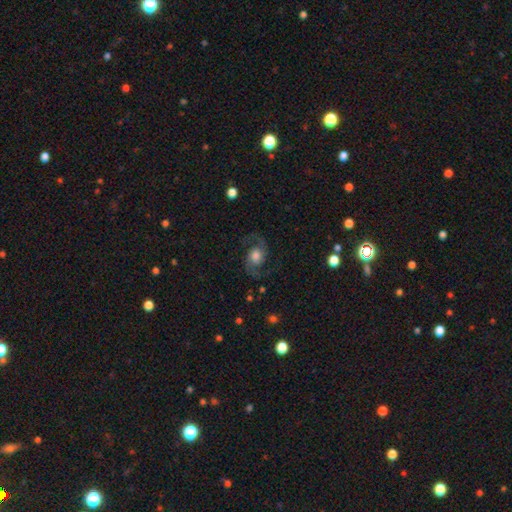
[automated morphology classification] Smooth or featured?
  - featured or disk: 83% *
  - smooth: 10%
  - star or artifact: 7%
Edge-on disk?
  - no: 98% *
  - yes: 2%
Bar?
  - no: 69% *
  - weak: 26%
  - strong: 5%
Spiral arms?
  - yes: 96% *
  - no: 4%
Spiral winding?
  - loose: 45% * (tied)
  - medium: 45% * (tied)
  - tight: 9%
Spiral arm count?
  - 2: 94% *
  - can't tell: 2%
  - 1: 1%
  - 3: 1%
  - 4: 1%
  - more than 4: 1%
Bulge size?
  - large: 41% *
  - moderate: 39%
  - small: 10%
  - dominant: 6%
  - none: 5%
Merging?
  - none: 79% *
  - minor disturbance: 12%
  - major disturbance: 8%
  - merger: 1%